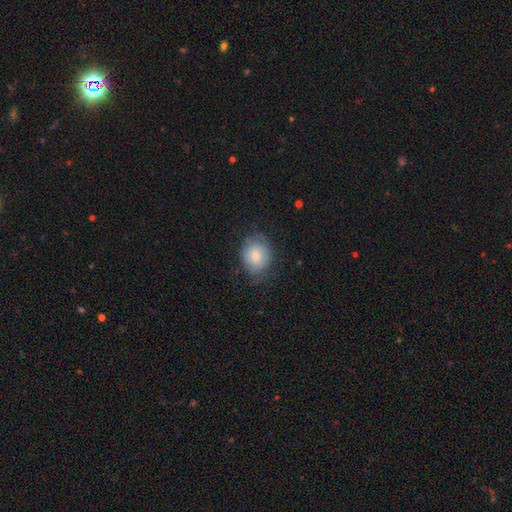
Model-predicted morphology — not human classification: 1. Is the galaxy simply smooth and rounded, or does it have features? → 79% smooth, 14% featured or disk, 7% star or artifact.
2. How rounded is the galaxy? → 59% round, 40% in between, 1% cigar-shaped.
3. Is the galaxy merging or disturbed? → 65% none, 25% minor disturbance, 8% major disturbance, 1% merger.